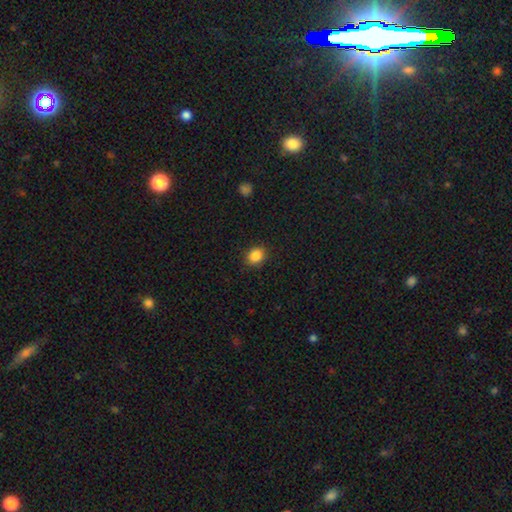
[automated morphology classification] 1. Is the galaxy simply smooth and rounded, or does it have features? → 85% smooth, 10% star or artifact, 4% featured or disk.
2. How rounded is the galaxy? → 71% round, 28% in between, 1% cigar-shaped.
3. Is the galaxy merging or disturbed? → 90% none, 7% minor disturbance, 2% major disturbance, 1% merger.